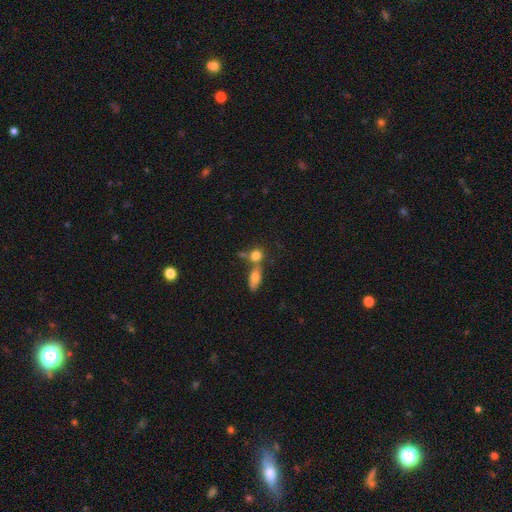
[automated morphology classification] This appears to be a smooth galaxy with no disk features (77%) that is round (64%). Merging: merger (47%).